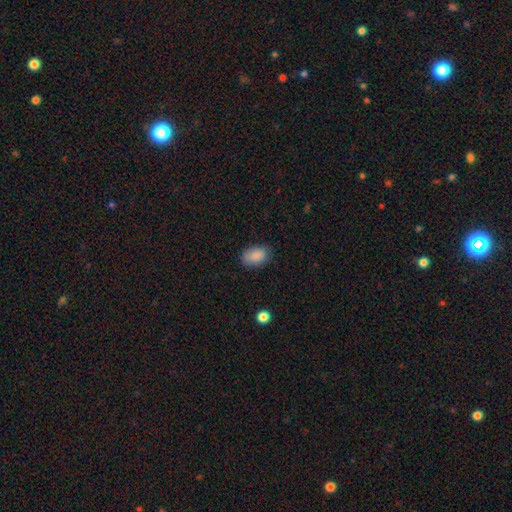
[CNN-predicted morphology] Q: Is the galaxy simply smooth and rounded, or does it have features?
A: smooth — 87%.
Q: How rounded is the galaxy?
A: in between — 87%.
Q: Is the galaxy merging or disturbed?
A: none — 78%.